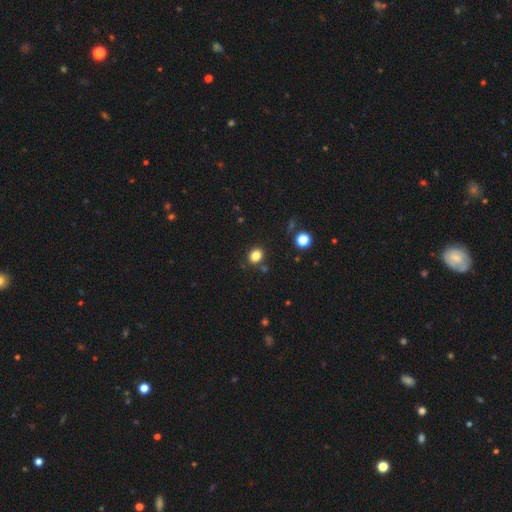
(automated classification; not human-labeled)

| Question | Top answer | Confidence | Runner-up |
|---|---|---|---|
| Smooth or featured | smooth | 83% | star or artifact (12%) |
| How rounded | round | 58% | in between (41%) |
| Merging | none | 85% | minor disturbance (9%) |